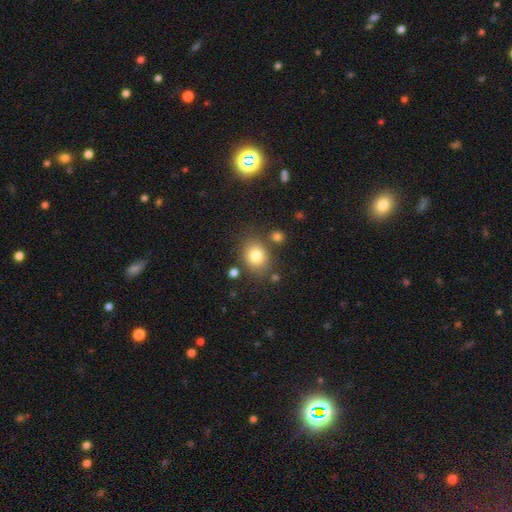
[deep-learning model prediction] Smooth or featured: smooth — 79% (star or artifact — 11%)
How rounded: round — 53% (in between — 46%)
Merging: none — 76% (minor disturbance — 12%)